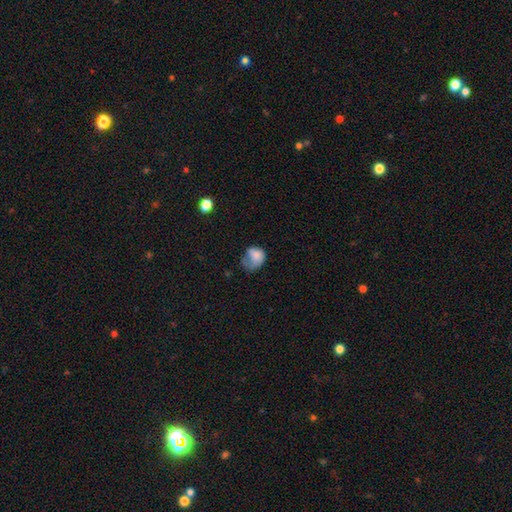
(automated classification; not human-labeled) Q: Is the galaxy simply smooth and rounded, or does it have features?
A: smooth — 72%.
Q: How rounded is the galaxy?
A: in between — 51%.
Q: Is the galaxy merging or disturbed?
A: major disturbance — 43%.